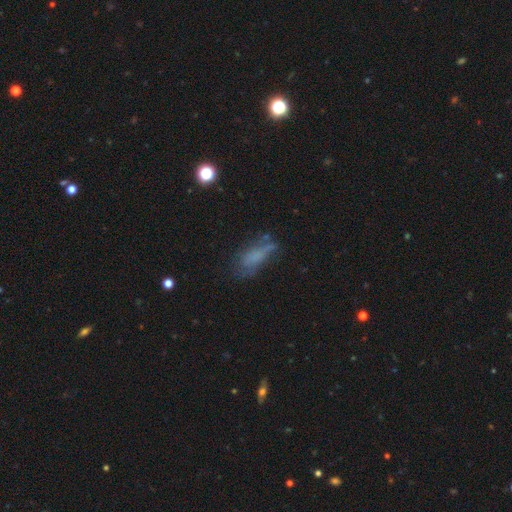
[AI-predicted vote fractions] Smooth or featured: smooth — 55% (featured or disk — 29%)
How rounded: in between — 69% (cigar-shaped — 27%)
Merging: none — 45% (minor disturbance — 27%)